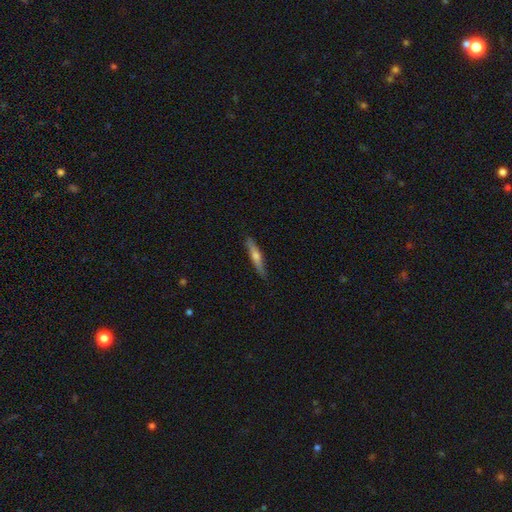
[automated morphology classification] smooth_or_featured: featured or disk (p=0.48) [alt: smooth p=0.46]
merging: none (p=0.82) [alt: minor disturbance p=0.15]